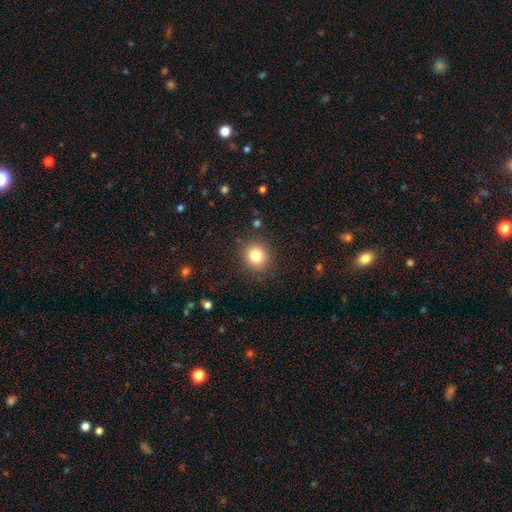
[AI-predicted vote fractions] A smooth galaxy with no disk features (81%) that is round (86%).

Vote fractions:
- Smooth or featured? smooth: 81% / star or artifact: 11% / featured or disk: 8%
- How rounded? round: 86% / in between: 13% / cigar-shaped: 1%
- Merging? none: 88% / minor disturbance: 8% / major disturbance: 3% / merger: 1%